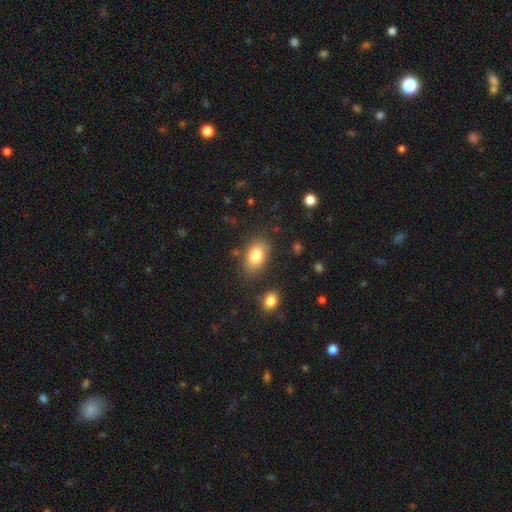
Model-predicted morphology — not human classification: Q: Smooth or featured?
A: smooth (80%); runner-up: featured or disk (11%)
Q: How rounded?
A: in between (85%); runner-up: round (13%)
Q: Merging?
A: none (79%); runner-up: minor disturbance (13%)